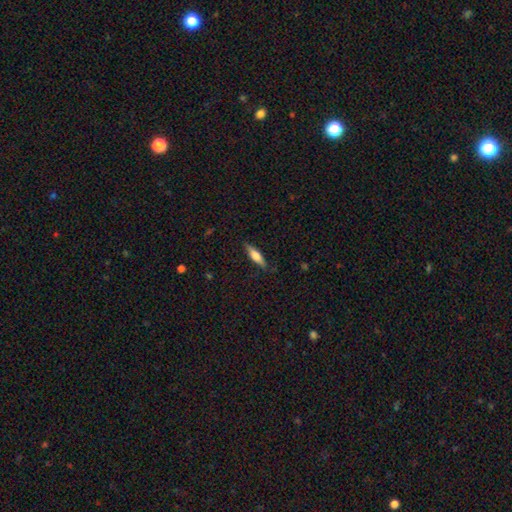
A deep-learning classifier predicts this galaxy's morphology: This is possibly a smooth galaxy (55%). How rounded: likely cigar-shaped (69%). Merging: clearly none (85%).